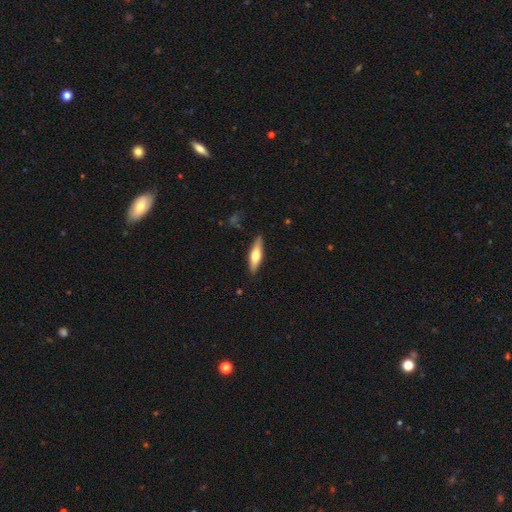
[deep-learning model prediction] Morphology: type=smooth (54%); roundness=cigar-shaped (63%); merging=none (87%).